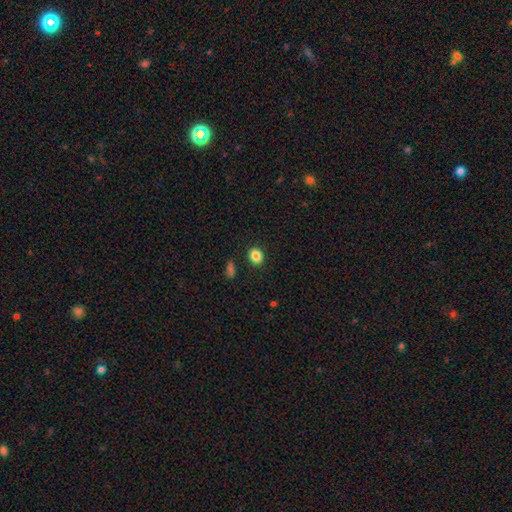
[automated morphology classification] Smooth or featured?
  - smooth: 85% *
  - star or artifact: 10%
  - featured or disk: 5%
How rounded?
  - round: 59% *
  - in between: 40%
  - cigar-shaped: 1%
Merging?
  - none: 88% *
  - minor disturbance: 8%
  - merger: 2%
  - major disturbance: 2%